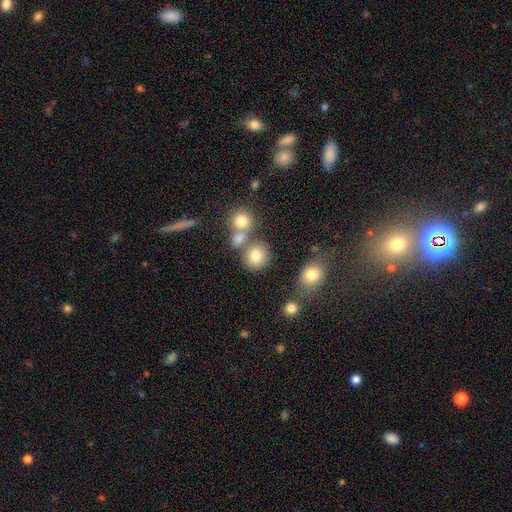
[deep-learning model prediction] smooth 79%, star or artifact 12%, featured or disk 9%. Down the decision tree: how rounded — round (84%); merging — none (65%).